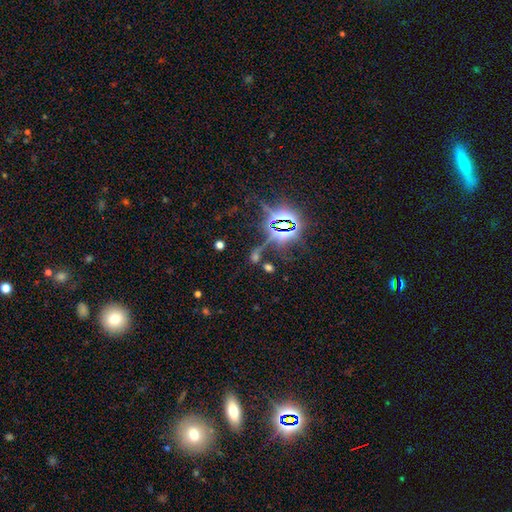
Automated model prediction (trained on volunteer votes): A star or artifact, not a galaxy (72%).